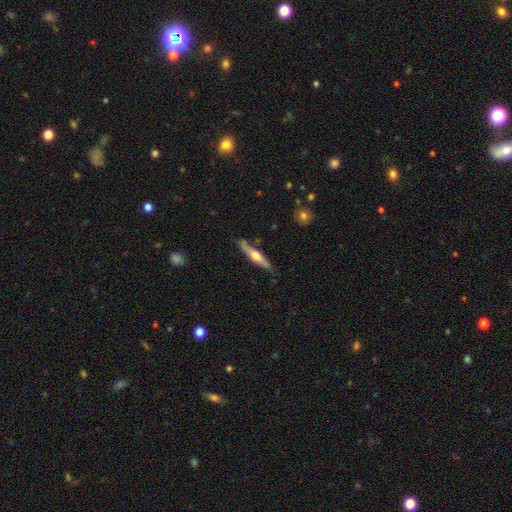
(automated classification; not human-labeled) The model was most divided on "smooth or featured": featured or disk: 56%, smooth: 39%, star or artifact: 5%. More confident: edge-on disk — yes (93%); edge-on bulge — rounded (85%); merging — none (81%).